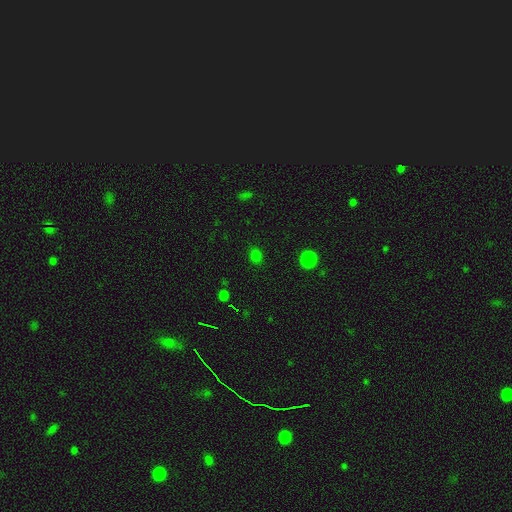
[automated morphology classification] Smooth or featured: smooth — 74% (star or artifact — 23%)
How rounded: round — 72% (in between — 27%)
Merging: none — 87% (minor disturbance — 9%)